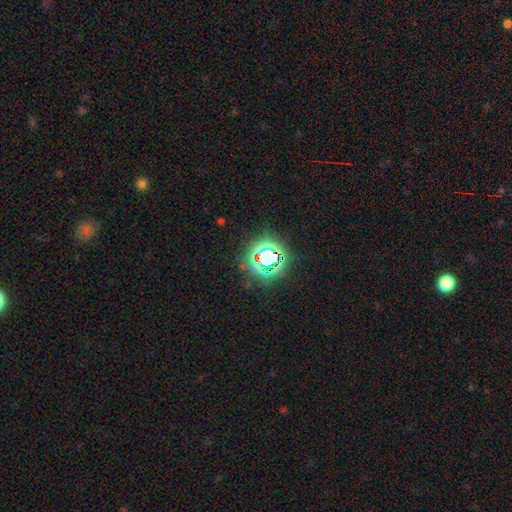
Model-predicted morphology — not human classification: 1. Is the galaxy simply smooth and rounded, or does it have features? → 77% star or artifact, 15% smooth, 8% featured or disk.